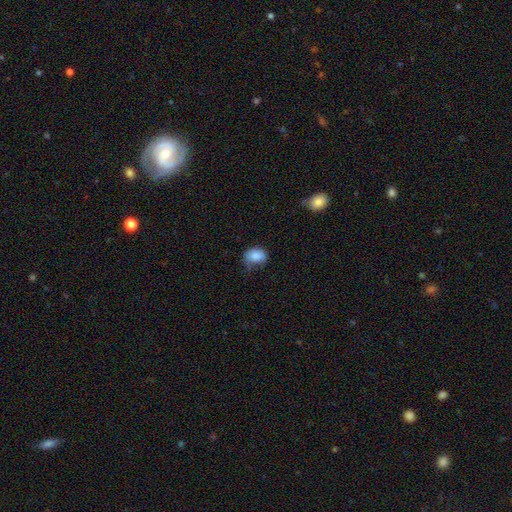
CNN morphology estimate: Q: Smooth or featured?
A: smooth (84%); runner-up: star or artifact (8%)
Q: How rounded?
A: in between (62%); runner-up: round (37%)
Q: Merging?
A: none (48%); runner-up: minor disturbance (37%)